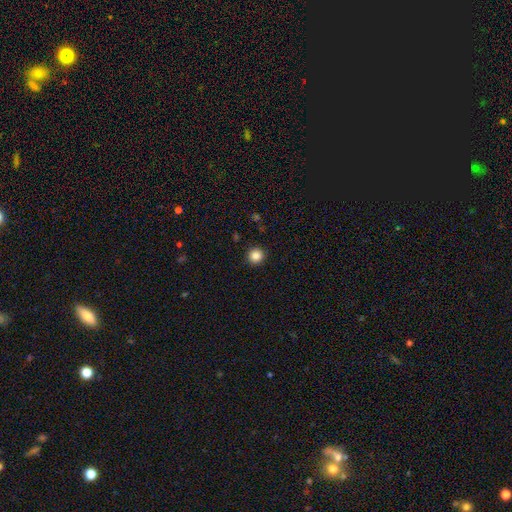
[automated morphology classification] A smooth galaxy with no disk features (85%) that is round (96%). Merging: none (93%).